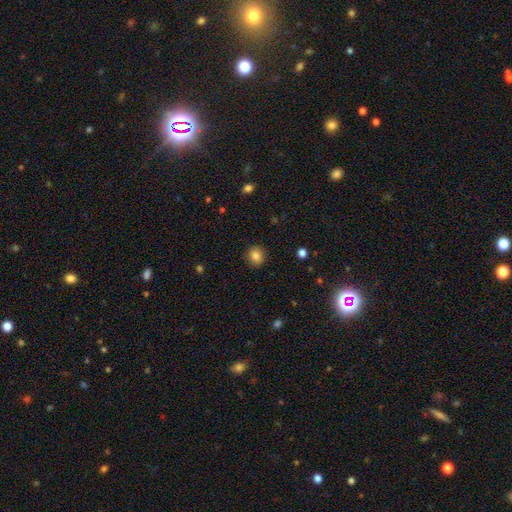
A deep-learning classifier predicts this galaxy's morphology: Smooth or featured? Predicted: smooth (p=0.84). How rounded? Predicted: round (p=0.87). Merging? Predicted: none (p=0.91).